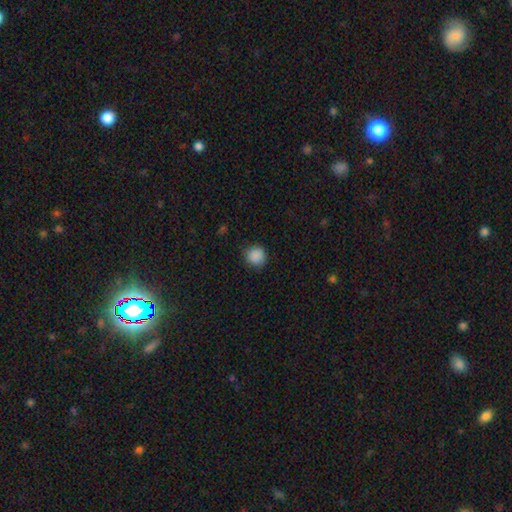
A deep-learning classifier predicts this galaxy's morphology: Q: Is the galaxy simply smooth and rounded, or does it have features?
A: smooth — 88%.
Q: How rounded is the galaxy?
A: round — 91%.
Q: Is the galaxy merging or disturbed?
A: none — 85%.